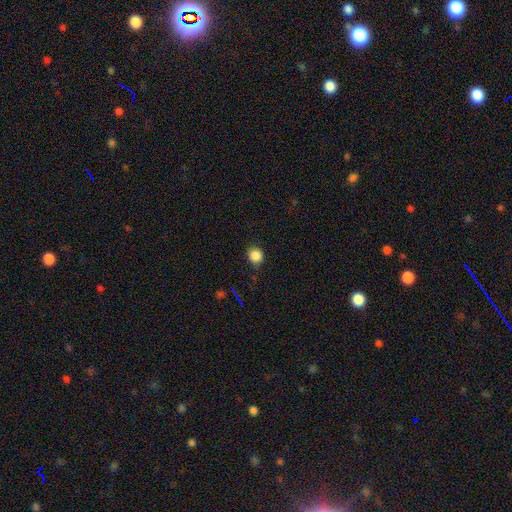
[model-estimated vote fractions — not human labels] This appears to be a smooth galaxy with no disk features (86%) that is round (88%). Merging: none (83%).